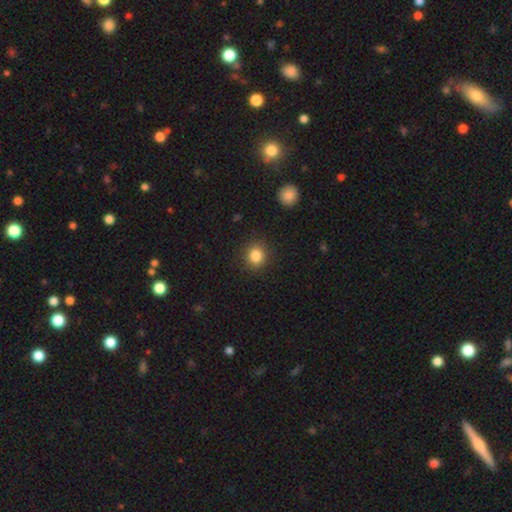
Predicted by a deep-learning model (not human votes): Smooth or featured?
  - smooth: 85% *
  - star or artifact: 11%
  - featured or disk: 5%
How rounded?
  - round: 80% *
  - in between: 19%
  - cigar-shaped: 1%
Merging?
  - none: 89% *
  - minor disturbance: 7%
  - major disturbance: 2%
  - merger: 1%